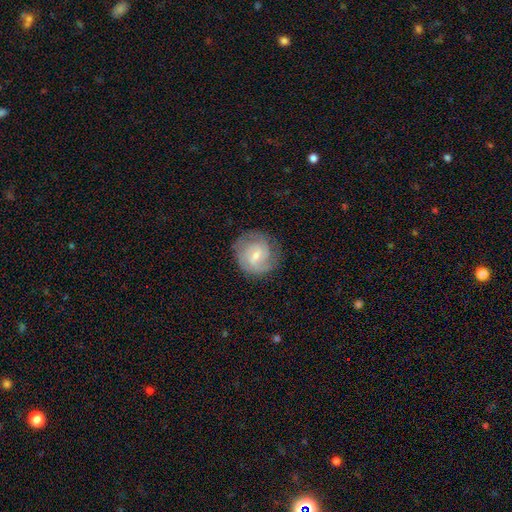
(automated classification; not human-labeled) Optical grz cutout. It shows a featured or disk galaxy (65%) with a weak bar (55%), 2 (41%) tight (51%) spiral arms (90%) and a small central bulge (59%). Merging: none (76%).